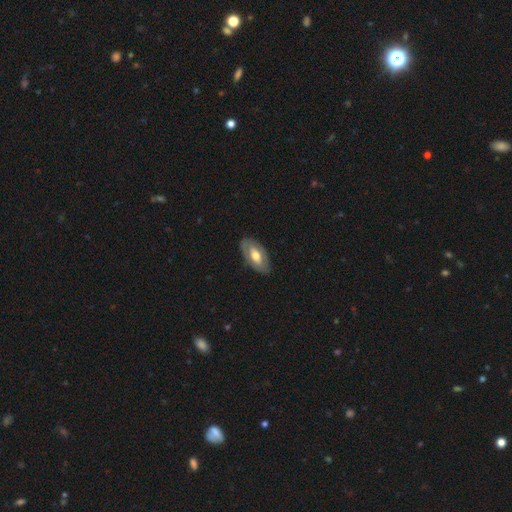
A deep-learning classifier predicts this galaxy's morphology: Smooth or featured? featured or disk (52%)
Edge-on disk? no (87%)
Merging? none (82%)